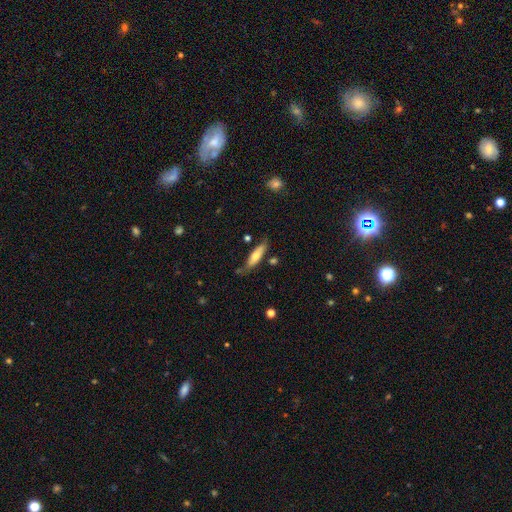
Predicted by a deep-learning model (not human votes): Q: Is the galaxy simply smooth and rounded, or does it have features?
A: smooth — 65%.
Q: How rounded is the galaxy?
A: cigar-shaped — 65%.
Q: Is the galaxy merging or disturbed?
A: none — 70%.